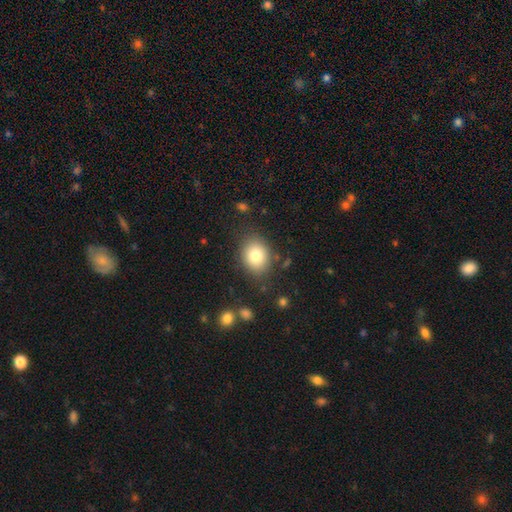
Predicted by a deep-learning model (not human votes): A smooth galaxy with no disk features (79%) that is round (54%). Merging: none (83%).